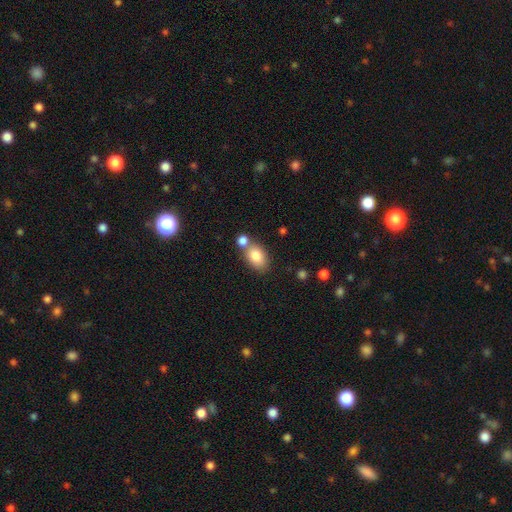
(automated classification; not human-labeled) Smooth or featured: smooth — 83% (featured or disk — 9%)
How rounded: in between — 82% (round — 16%)
Merging: none — 54% (merger — 29%)